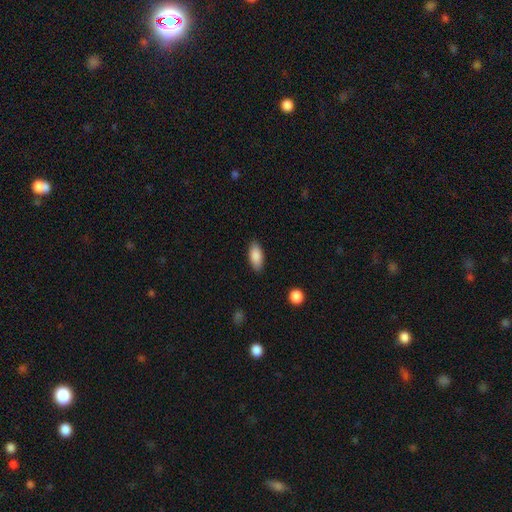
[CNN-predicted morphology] type=smooth (88%); roundness=in between (87%); merging=none (86%).